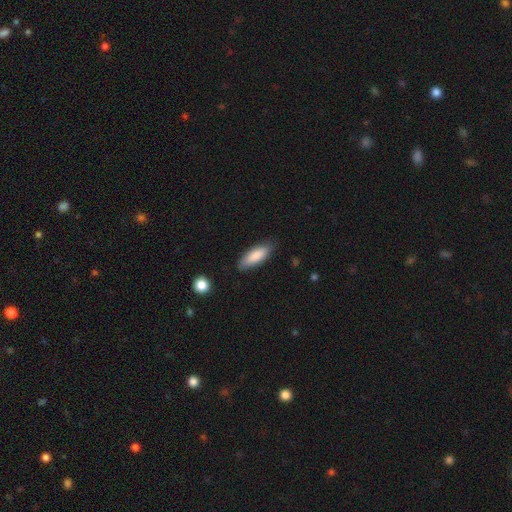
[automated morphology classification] Smooth or featured: smooth — 85% (featured or disk — 10%)
How rounded: in between — 60% (cigar-shaped — 39%)
Merging: none — 82% (minor disturbance — 14%)